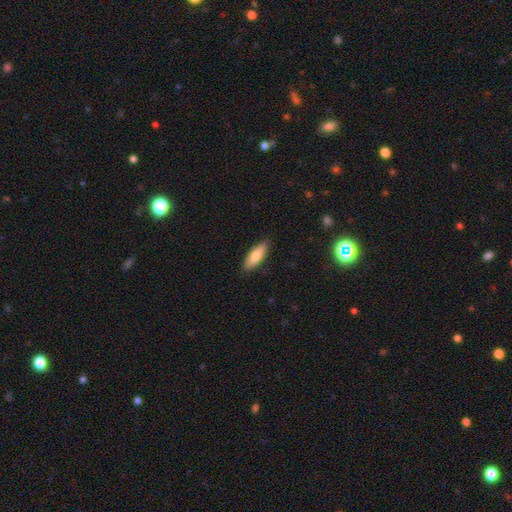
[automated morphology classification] Overall: smooth (75%). How rounded: in between (58%; cigar-shaped 40%). Merging: none (87%).